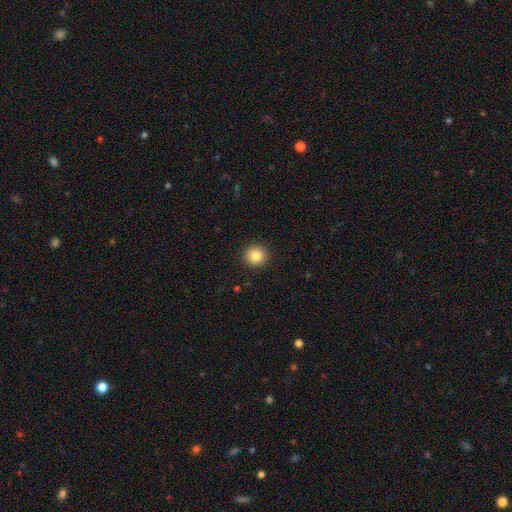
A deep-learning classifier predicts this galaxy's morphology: The model was most divided on "smooth or featured": smooth: 85%, star or artifact: 10%, featured or disk: 5%. More confident: how rounded — round (92%); merging — none (92%).